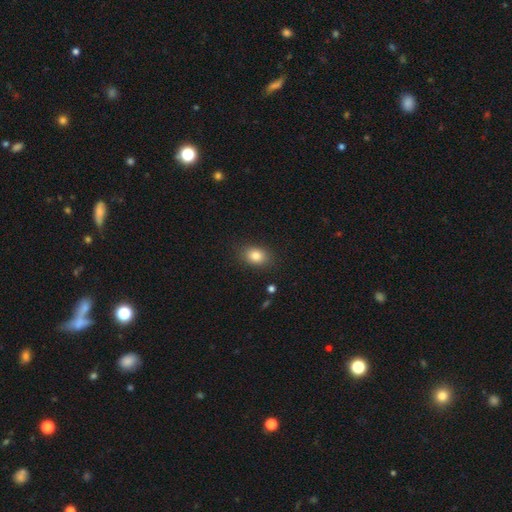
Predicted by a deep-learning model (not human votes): This is clearly a smooth galaxy (84%). How rounded: likely in between (70%). Merging: clearly none (85%).